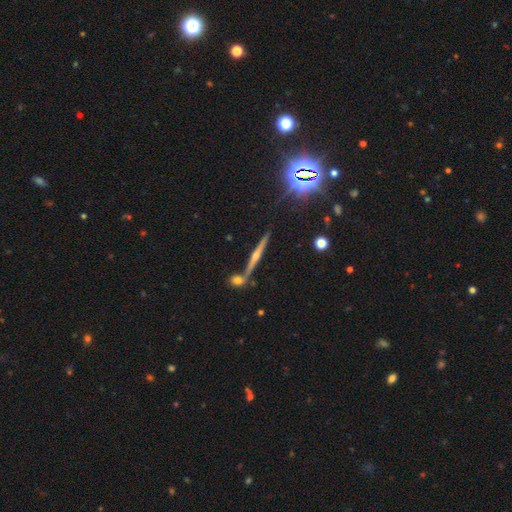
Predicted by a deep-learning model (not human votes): The model was most divided on "smooth or featured": featured or disk: 69%, star or artifact: 17%, smooth: 14%. More confident: edge-on disk — yes (96%); edge-on bulge — rounded (86%); merging — none (72%).